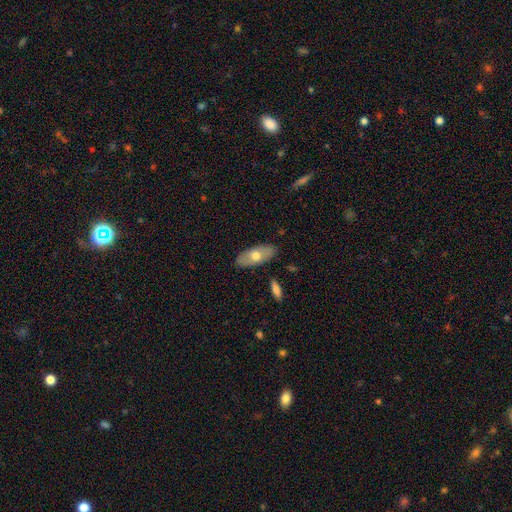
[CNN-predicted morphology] Smooth or featured: smooth — 60% (featured or disk — 35%)
How rounded: in between — 85% (cigar-shaped — 11%)
Merging: none — 85% (minor disturbance — 11%)